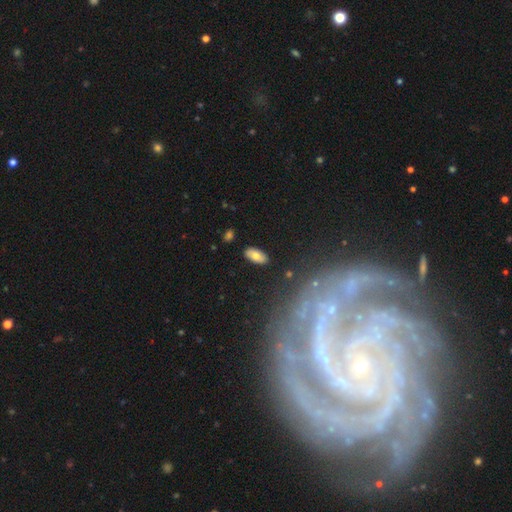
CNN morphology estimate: smooth 72%, featured or disk 20%, star or artifact 9%. Down the decision tree: how rounded — in between (92%); merging — none (86%).